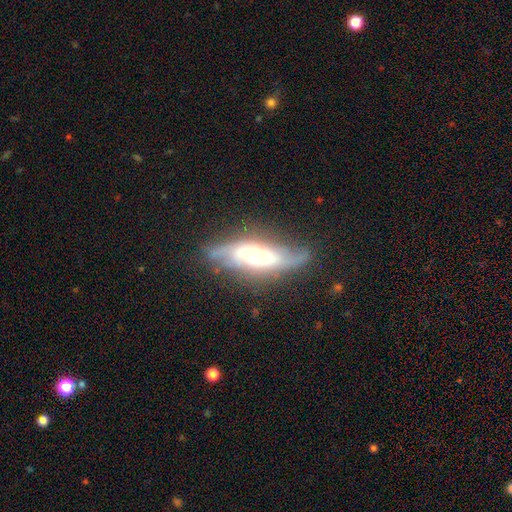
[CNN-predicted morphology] A featured or disk galaxy (78%) with no bar (61%), spiral arms (85%) and a moderate central bulge (56%). Merging: none (71%).